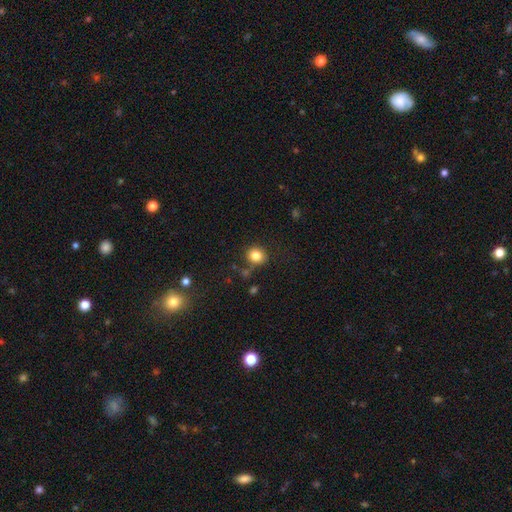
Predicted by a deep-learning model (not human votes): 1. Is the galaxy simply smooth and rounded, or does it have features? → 83% smooth, 11% star or artifact, 6% featured or disk.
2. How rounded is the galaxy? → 81% round, 18% in between, 1% cigar-shaped.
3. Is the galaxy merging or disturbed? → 79% none, 12% minor disturbance, 6% merger, 4% major disturbance.